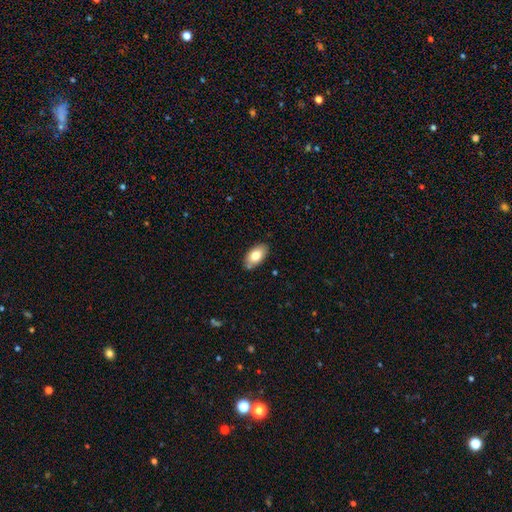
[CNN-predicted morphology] A smooth galaxy with no disk features (78%) that is in between round and cigar-shaped (93%). Merging: none (82%).